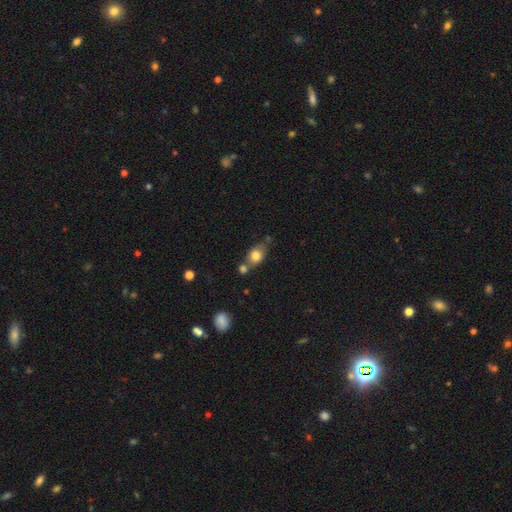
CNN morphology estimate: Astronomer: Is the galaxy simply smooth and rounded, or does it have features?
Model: smooth — 78%.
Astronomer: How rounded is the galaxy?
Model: in between — 62%.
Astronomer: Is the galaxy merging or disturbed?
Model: none — 47% (runner-up: merger, 31%).